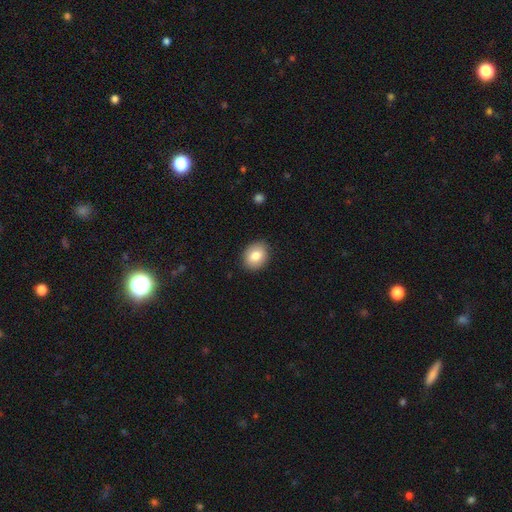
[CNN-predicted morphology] smooth_or_featured: smooth (p=0.83) [alt: featured or disk p=0.09]
how_rounded: round (p=0.51) [alt: in between p=0.48]
merging: none (p=0.89) [alt: minor disturbance p=0.08]